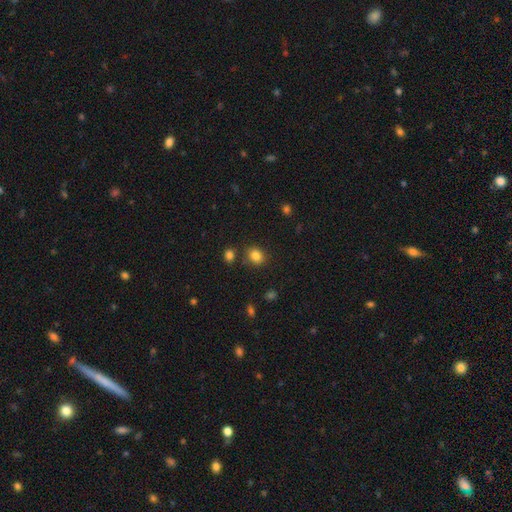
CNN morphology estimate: The model was most divided on "how rounded": round: 57%, in between: 42%, cigar-shaped: 1%. More confident: smooth or featured — smooth (83%); merging — none (80%).